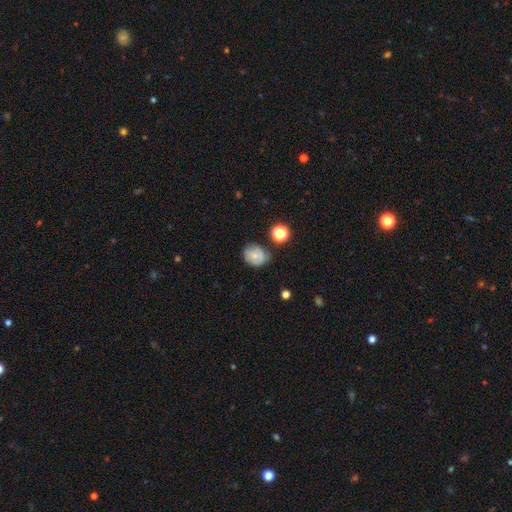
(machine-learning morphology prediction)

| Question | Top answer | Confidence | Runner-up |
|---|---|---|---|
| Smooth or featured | smooth | 64% | featured or disk (24%) |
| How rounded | round | 61% | in between (38%) |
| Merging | none | 61% | minor disturbance (26%) |